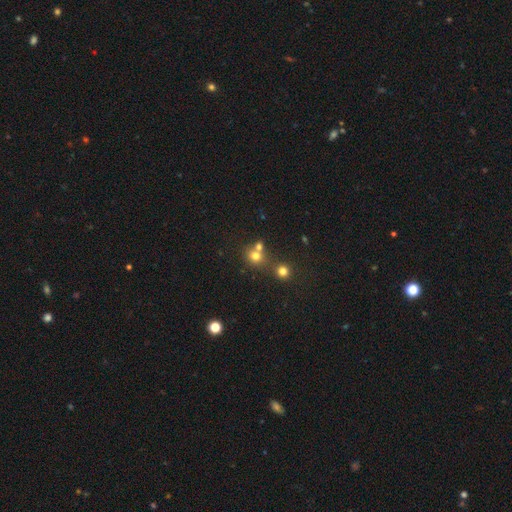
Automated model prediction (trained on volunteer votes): A smooth galaxy with no disk features (71%) that is round (78%).

Vote fractions:
- Smooth or featured? smooth: 71% / star or artifact: 18% / featured or disk: 11%
- How rounded? round: 78% / in between: 21% / cigar-shaped: 1%
- Merging? none: 49% / merger: 38% / minor disturbance: 9% / major disturbance: 4%